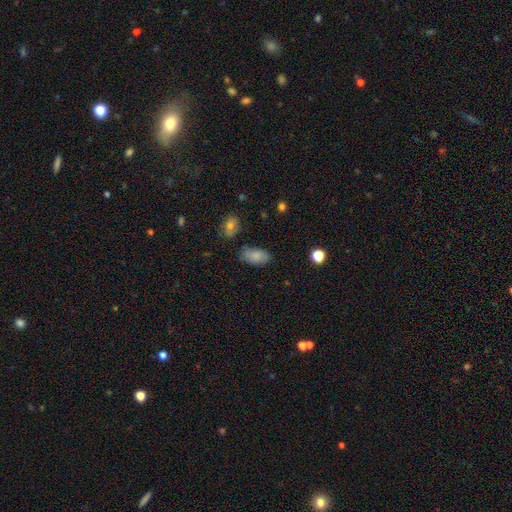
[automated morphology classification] This is clearly a smooth galaxy (83%). How rounded: clearly in between (94%). Merging: likely none (77%).